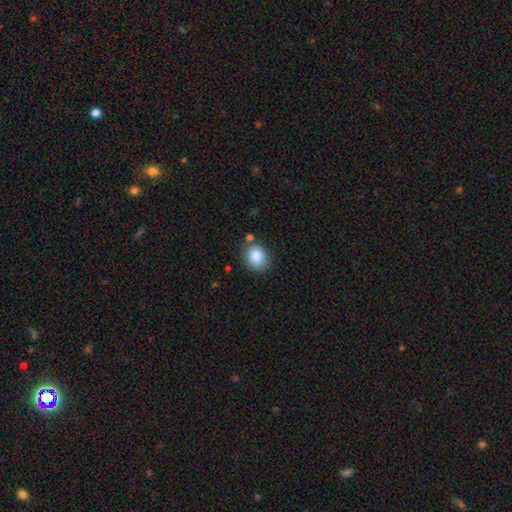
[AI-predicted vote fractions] smooth 86%, star or artifact 9%, featured or disk 5%. Down the decision tree: how rounded — in between (58%); merging — none (74%).